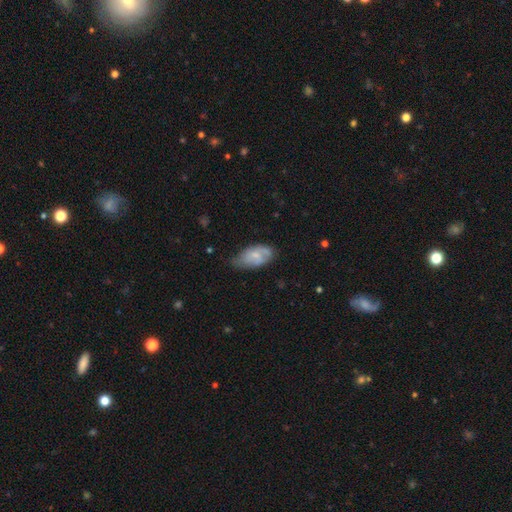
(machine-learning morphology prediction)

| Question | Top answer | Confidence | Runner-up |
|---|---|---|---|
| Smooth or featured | smooth | 56% | featured or disk (38%) |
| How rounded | in between | 92% | round (4%) |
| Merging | none | 50% | minor disturbance (37%) |